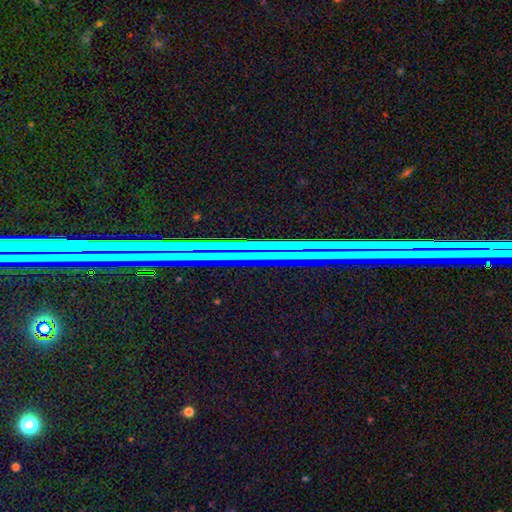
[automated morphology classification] Smooth or featured? Predicted: star or artifact (p=0.78).